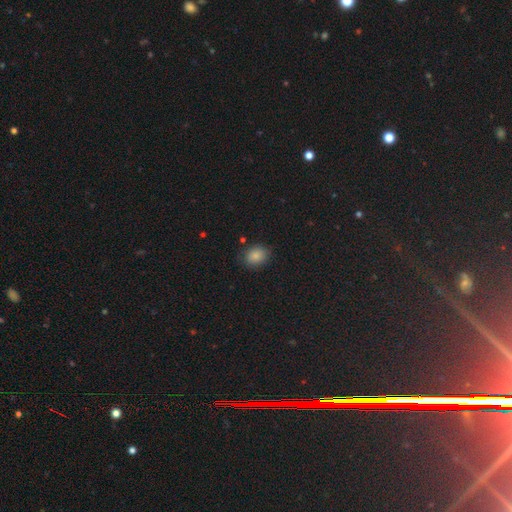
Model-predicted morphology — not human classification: Smooth or featured: smooth — 85% (star or artifact — 10%)
How rounded: in between — 56% (round — 43%)
Merging: none — 81% (minor disturbance — 14%)